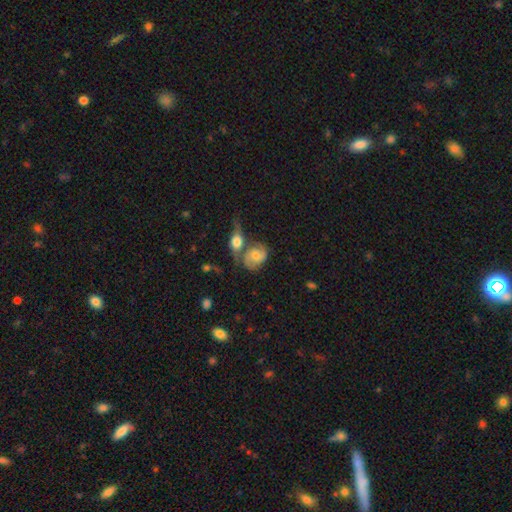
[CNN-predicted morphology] Smooth or featured? Predicted: featured or disk (p=0.60). Edge-on disk? Predicted: no (p=0.96). Bar? Predicted: no (p=0.65). Spiral arms? Predicted: yes (p=0.88). Spiral winding? Predicted: medium (p=0.45). Spiral arm count? Predicted: 2 (p=0.79). Bulge size? Predicted: moderate (p=0.43). Merging? Predicted: merger (p=0.40).